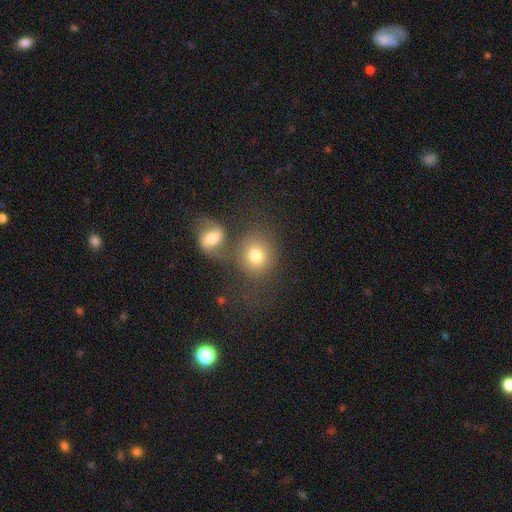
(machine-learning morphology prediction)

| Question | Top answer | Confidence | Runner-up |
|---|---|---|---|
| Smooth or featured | smooth | 74% | featured or disk (17%) |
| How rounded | round | 75% | in between (24%) |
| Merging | none | 48% | merger (35%) |